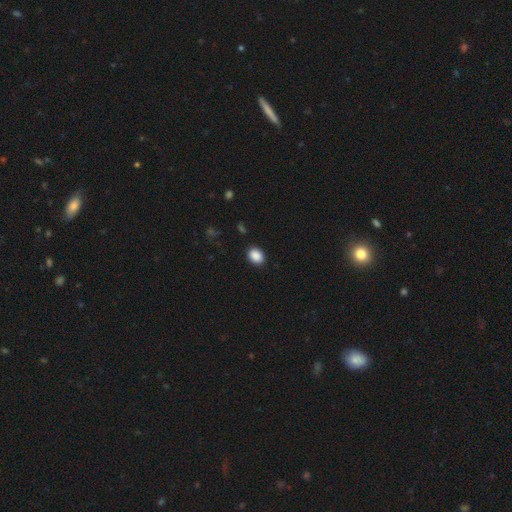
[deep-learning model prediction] A smooth galaxy with no disk features (89%) that is in between round and cigar-shaped (61%). Merging: none (90%).